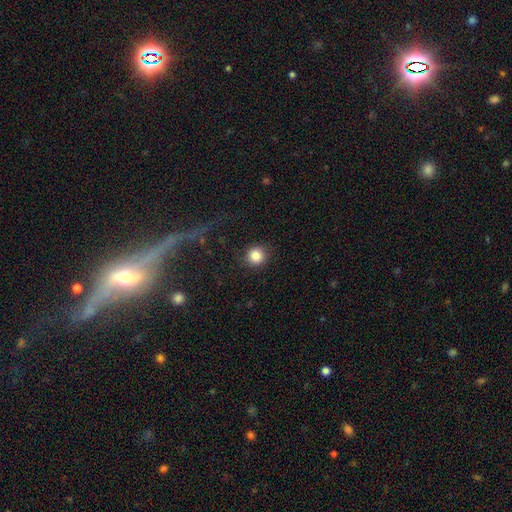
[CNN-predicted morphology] Smooth or featured? smooth (85%)
How rounded? round (90%)
Merging? none (87%)